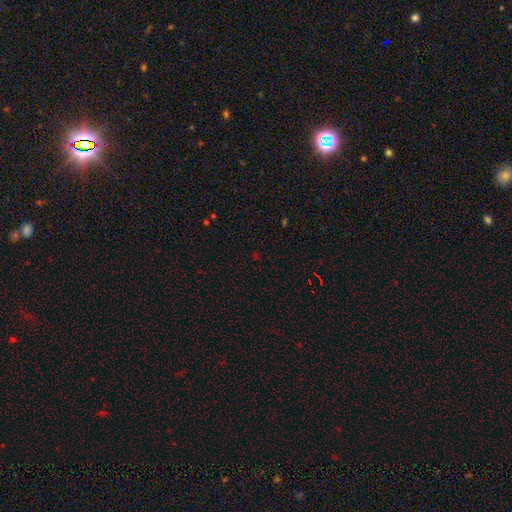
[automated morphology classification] smooth-or-featured: star or artifact: 70% | smooth: 23% | featured or disk: 7%